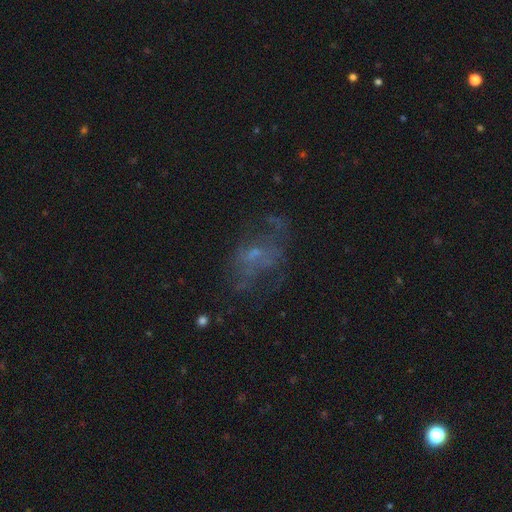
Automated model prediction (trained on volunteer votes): Smooth or featured? Predicted: featured or disk (p=0.52). Edge-on disk? Predicted: no (p=0.97). Bar? Predicted: no (p=0.75). Spiral arms? Predicted: no (p=0.70). Bulge size? Predicted: small (p=0.50). Merging? Predicted: none (p=0.44).